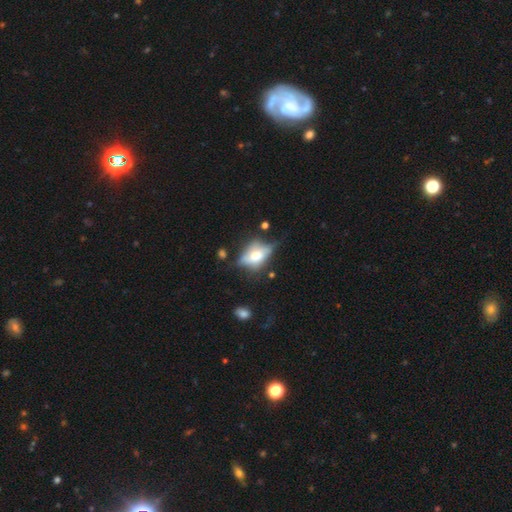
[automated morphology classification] type=featured or disk (48%); merging=none (46%).